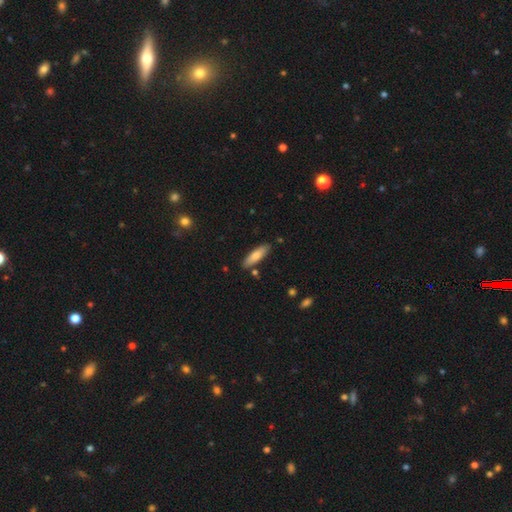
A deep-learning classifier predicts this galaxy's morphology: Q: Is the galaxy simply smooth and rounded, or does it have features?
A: smooth — 76%.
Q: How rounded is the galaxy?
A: cigar-shaped — 60%.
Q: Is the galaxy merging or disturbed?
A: none — 84%.